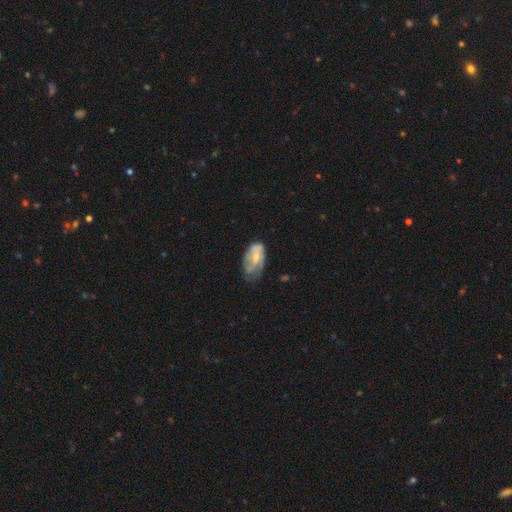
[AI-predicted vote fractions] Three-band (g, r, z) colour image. It shows a featured or disk galaxy (48%). Merging: none (38%).